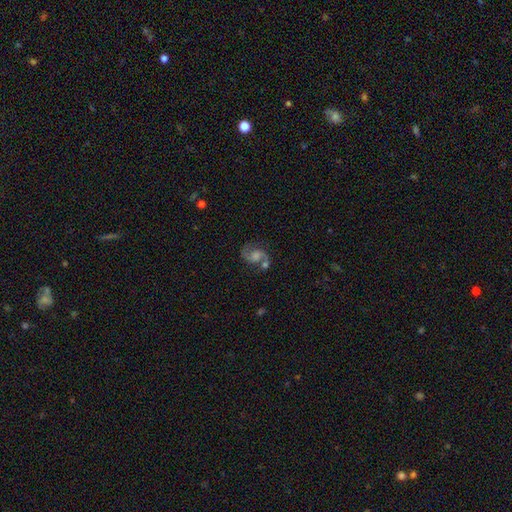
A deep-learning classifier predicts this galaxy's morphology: Smooth or featured?
  - featured or disk: 78% *
  - smooth: 13%
  - star or artifact: 8%
Edge-on disk?
  - no: 98% *
  - yes: 2%
Bar?
  - no: 61% *
  - weak: 33%
  - strong: 6%
Spiral arms?
  - yes: 95% *
  - no: 5%
Spiral winding?
  - medium: 50% *
  - loose: 40%
  - tight: 10%
Spiral arm count?
  - 2: 90% *
  - 1: 4%
  - can't tell: 3%
  - 3: 1%
  - 4: 1%
  - more than 4: 1%
Bulge size?
  - moderate: 39% *
  - small: 26%
  - none: 17%
  - large: 15%
  - dominant: 3%
Merging?
  - none: 53% *
  - merger: 21%
  - minor disturbance: 16%
  - major disturbance: 10%